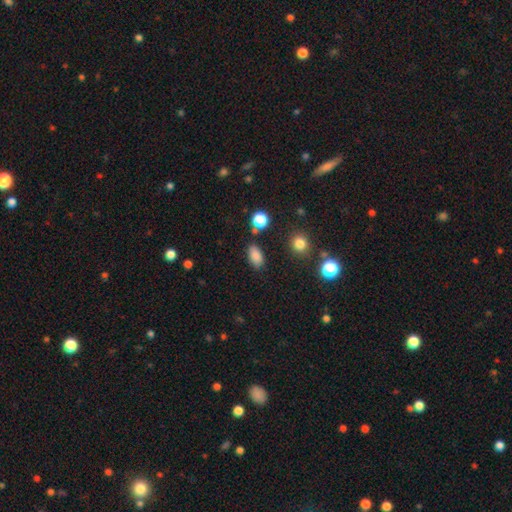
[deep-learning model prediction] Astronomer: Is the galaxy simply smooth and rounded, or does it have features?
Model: smooth — 84%.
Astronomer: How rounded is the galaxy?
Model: in between — 88%.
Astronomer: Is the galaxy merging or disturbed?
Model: none — 81%.